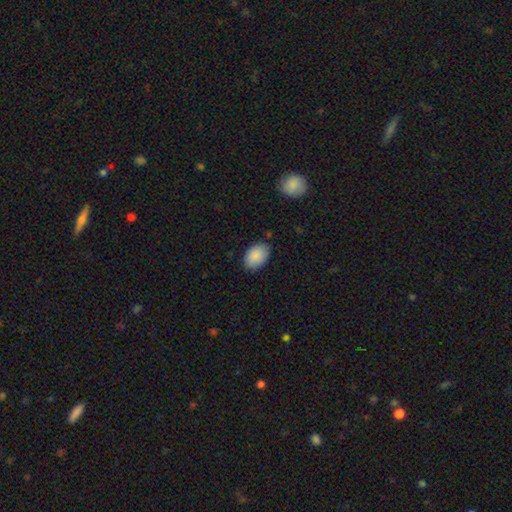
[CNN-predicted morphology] Smooth or featured: smooth — 89% (star or artifact — 6%)
How rounded: in between — 87% (round — 12%)
Merging: none — 83% (minor disturbance — 14%)